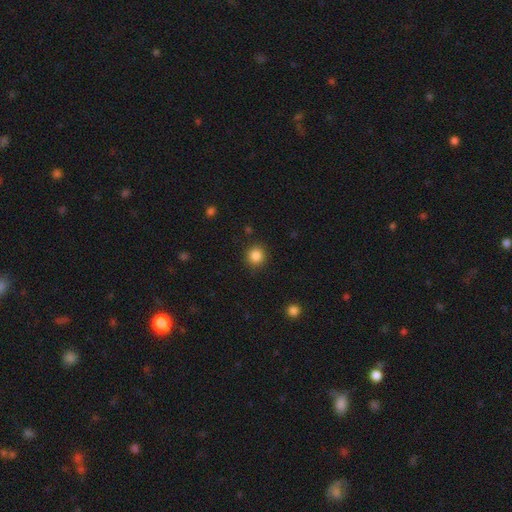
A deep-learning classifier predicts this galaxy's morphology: This appears to be a smooth galaxy with no disk features (85%) that is round (91%). Merging: none (90%).